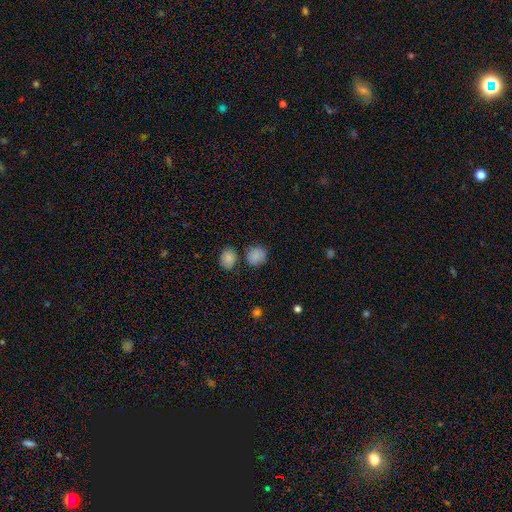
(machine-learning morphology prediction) A smooth galaxy with no disk features (85%) that is round (77%). Merging: none (73%).